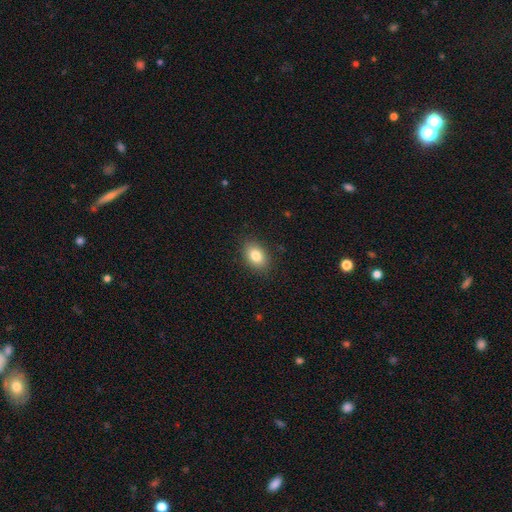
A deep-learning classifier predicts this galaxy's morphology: smooth 83%, star or artifact 9%, featured or disk 8%. Down the decision tree: how rounded — in between (81%); merging — none (87%).